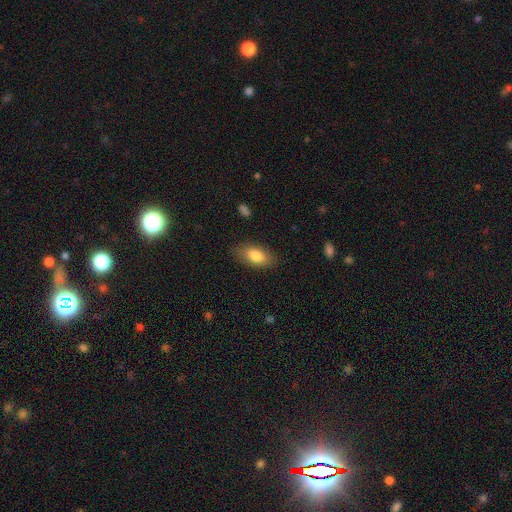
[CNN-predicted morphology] type=smooth (83%); roundness=in between (90%); merging=none (83%).